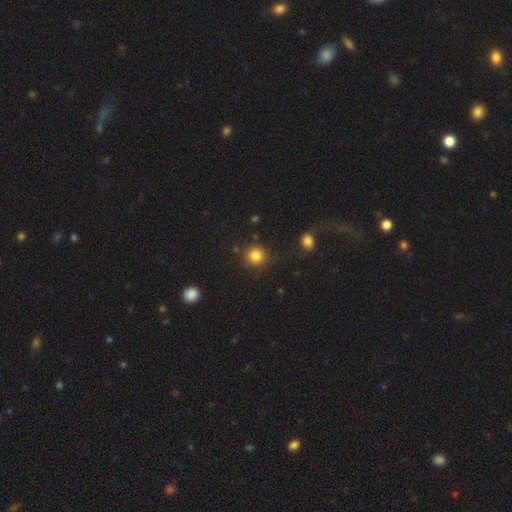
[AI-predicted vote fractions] Smooth or featured: smooth — 83% (star or artifact — 11%)
How rounded: round — 92% (in between — 7%)
Merging: none — 84% (minor disturbance — 9%)